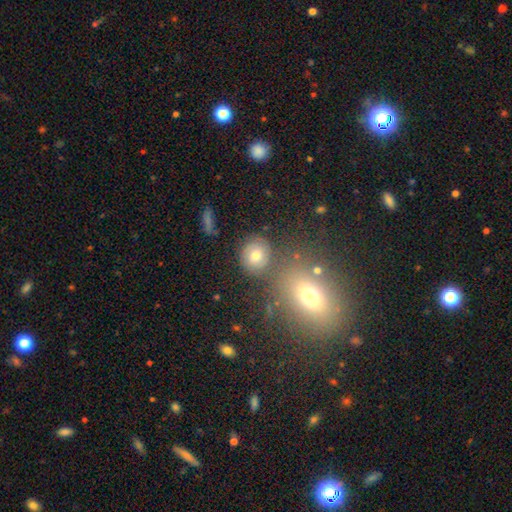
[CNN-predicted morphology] This appears to be a smooth galaxy with no disk features (63%) that is round (74%). Merging: none (74%).